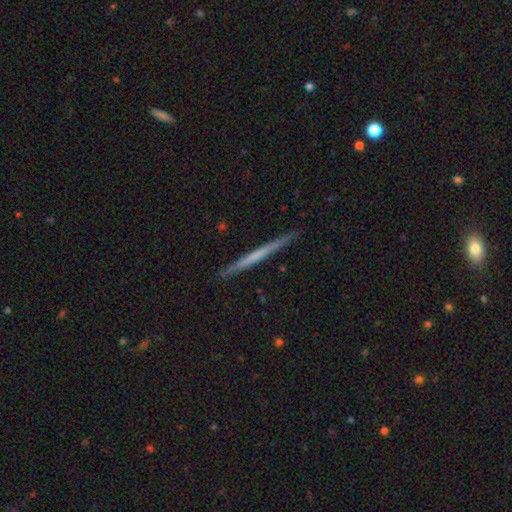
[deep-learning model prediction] Smooth or featured: featured or disk — 52% (smooth — 43%)
Edge-on disk: yes — 98% (no — 2%)
Edge-on bulge: none — 89% (rounded — 6%)
Merging: none — 91% (minor disturbance — 6%)